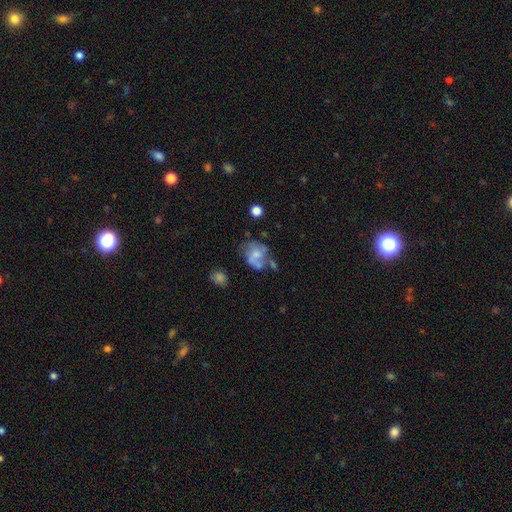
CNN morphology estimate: The model was most divided on "merging": none: 31%, major disturbance: 25%, minor disturbance: 23%, merger: 22%. Remaining: smooth or featured — featured or disk (50%).